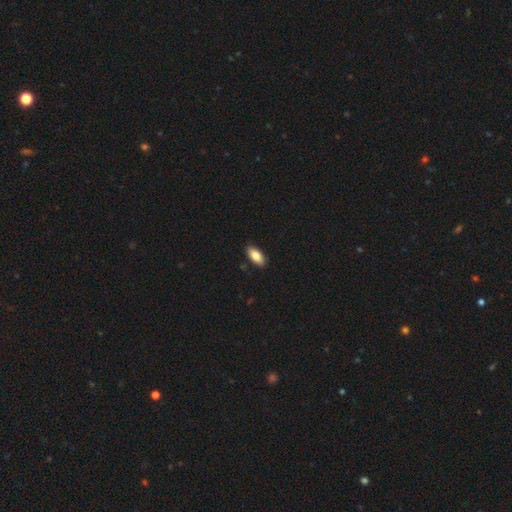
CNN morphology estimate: A smooth galaxy with no disk features (85%) that is in between round and cigar-shaped (88%).

Vote fractions:
- Smooth or featured? smooth: 85% / featured or disk: 9% / star or artifact: 6%
- How rounded? in between: 88% / cigar-shaped: 10% / round: 2%
- Merging? none: 88% / minor disturbance: 9% / major disturbance: 2% / merger: 1%